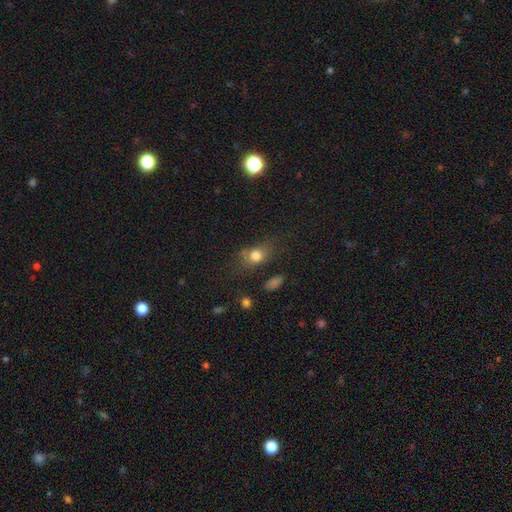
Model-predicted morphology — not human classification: Smooth or featured? Predicted: smooth (p=0.76). How rounded? Predicted: in between (p=0.60). Merging? Predicted: none (p=0.60).